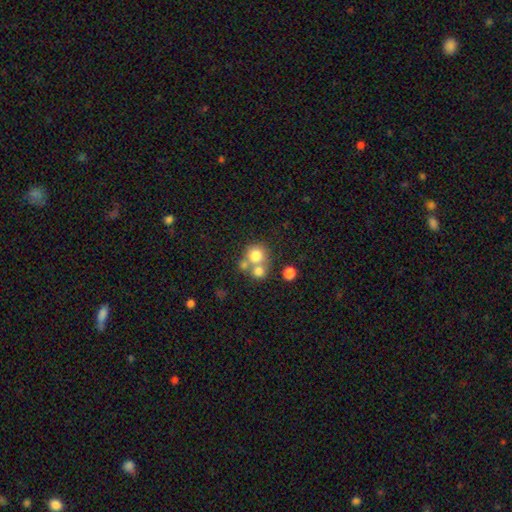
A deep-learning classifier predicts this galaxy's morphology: A smooth galaxy with no disk features (73%) that is round (89%).

Vote fractions:
- Smooth or featured? smooth: 73% / featured or disk: 14% / star or artifact: 12%
- How rounded? round: 89% / in between: 10% / cigar-shaped: 1%
- Merging? none: 46% / merger: 42% / minor disturbance: 7% / major disturbance: 4%